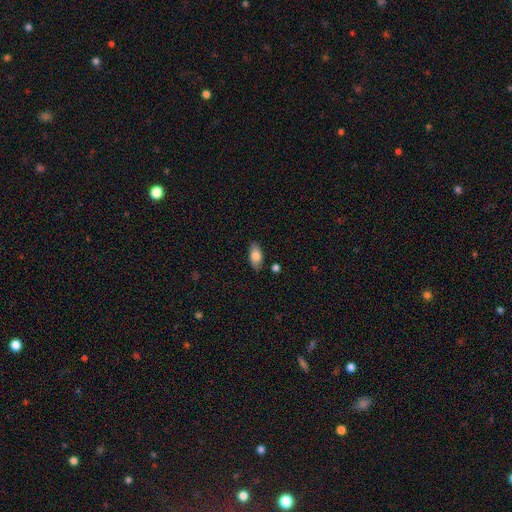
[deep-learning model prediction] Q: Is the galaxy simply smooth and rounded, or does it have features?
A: smooth — 80%.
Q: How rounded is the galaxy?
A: in between — 90%.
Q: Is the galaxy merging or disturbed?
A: none — 84%.